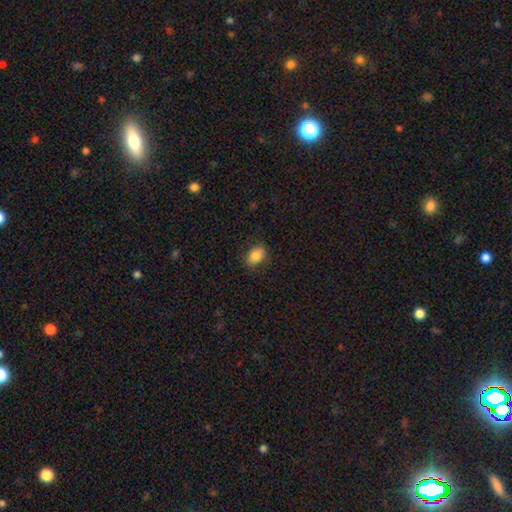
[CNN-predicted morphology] Smooth or featured? Predicted: smooth (p=0.85). How rounded? Predicted: in between (p=0.81). Merging? Predicted: none (p=0.84).